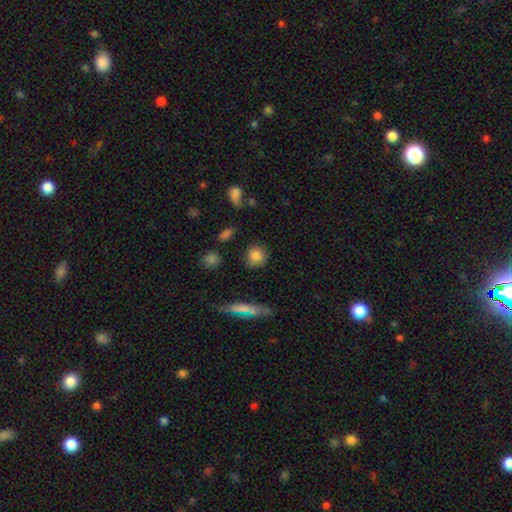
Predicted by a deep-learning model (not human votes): A smooth galaxy with no disk features (83%) that is round (84%). Merging: none (83%).